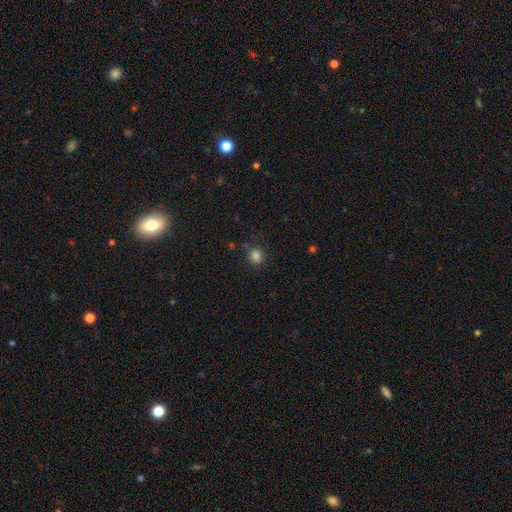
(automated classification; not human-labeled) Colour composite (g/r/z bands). It shows a smooth galaxy with no disk features (83%) that is round (88%). Merging: none (83%).